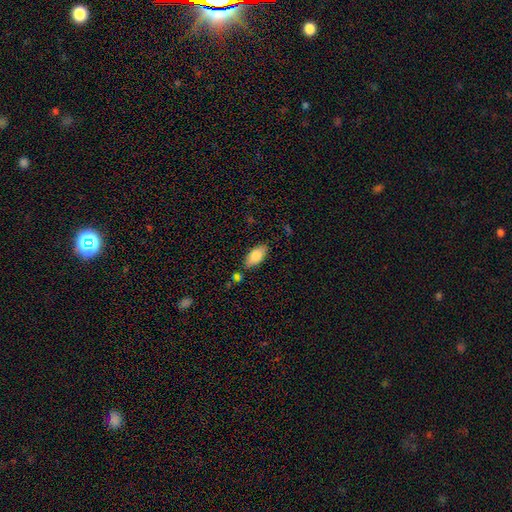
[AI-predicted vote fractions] This appears to be a smooth galaxy with no disk features (82%) that is in between round and cigar-shaped (90%). Merging: none (75%).